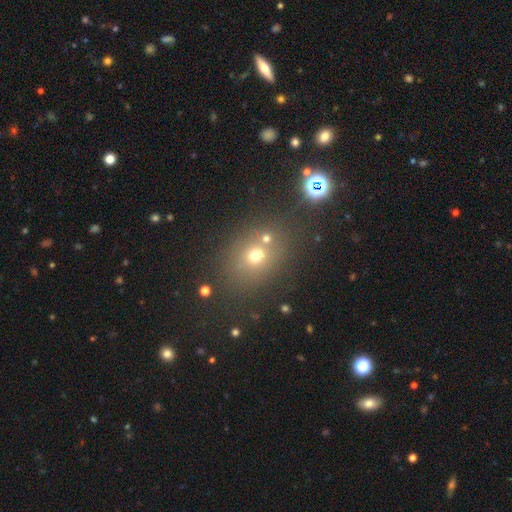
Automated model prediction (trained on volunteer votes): Q: Smooth or featured?
A: smooth (64%); runner-up: star or artifact (23%)
Q: How rounded?
A: round (60%); runner-up: in between (38%)
Q: Merging?
A: none (65%); runner-up: merger (19%)